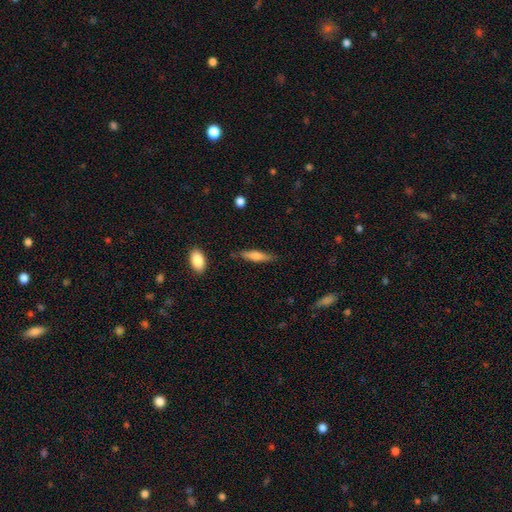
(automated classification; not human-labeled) A smooth galaxy with no disk features (67%) that is cigar-shaped (78%).

Vote fractions:
- Smooth or featured? smooth: 67% / featured or disk: 27% / star or artifact: 6%
- How rounded? cigar-shaped: 78% / in between: 20% / round: 2%
- Merging? none: 80% / minor disturbance: 14% / major disturbance: 3% / merger: 2%